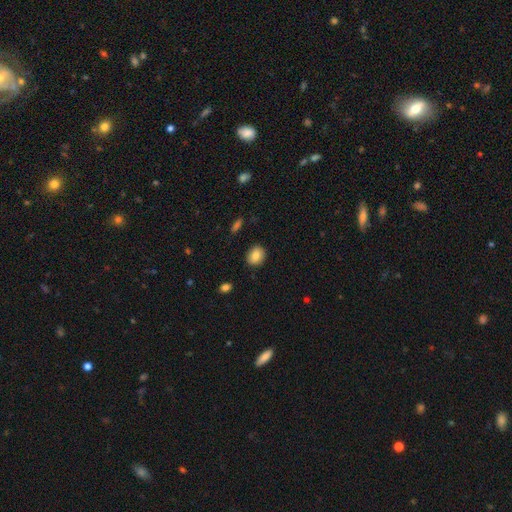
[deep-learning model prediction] Smooth or featured? smooth (83%)
How rounded? round (55%)
Merging? none (87%)